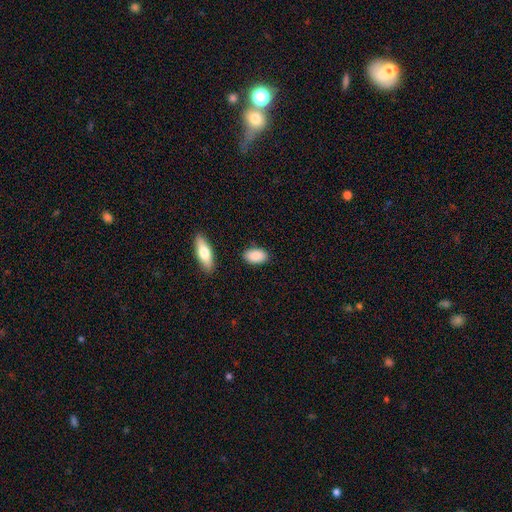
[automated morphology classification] A smooth galaxy with no disk features (88%) that is in between round and cigar-shaped (92%). Merging: none (84%).